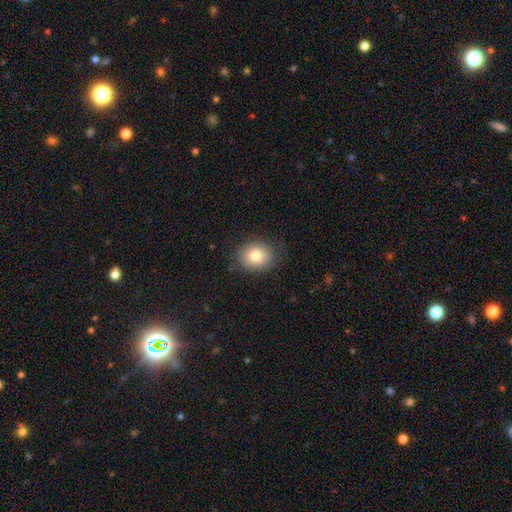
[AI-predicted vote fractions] smooth_or_featured: smooth (p=0.81) [alt: featured or disk p=0.11]
how_rounded: round (p=0.58) [alt: in between p=0.41]
merging: none (p=0.79) [alt: minor disturbance p=0.16]